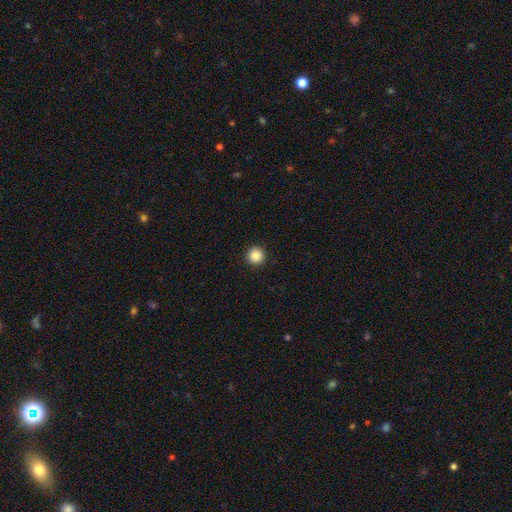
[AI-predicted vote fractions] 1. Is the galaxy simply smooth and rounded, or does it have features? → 87% smooth, 10% star or artifact, 3% featured or disk.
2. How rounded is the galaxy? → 97% round, 2% in between, 1% cigar-shaped.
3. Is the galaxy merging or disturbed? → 94% none, 4% minor disturbance, 1% major disturbance, 1% merger.